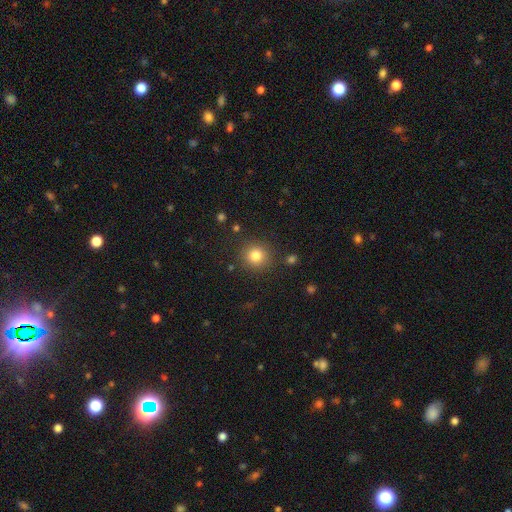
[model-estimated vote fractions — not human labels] Smooth or featured: smooth — 82% (star or artifact — 12%)
How rounded: round — 91% (in between — 8%)
Merging: none — 88% (minor disturbance — 7%)